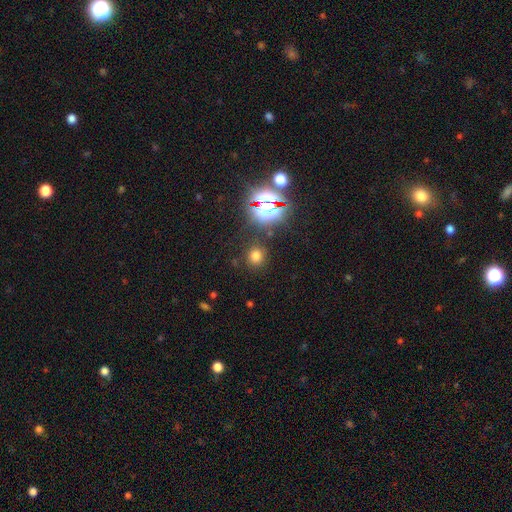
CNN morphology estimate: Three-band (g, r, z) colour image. It shows a smooth galaxy with no disk features (66%) that is round (88%). Merging: none (85%).